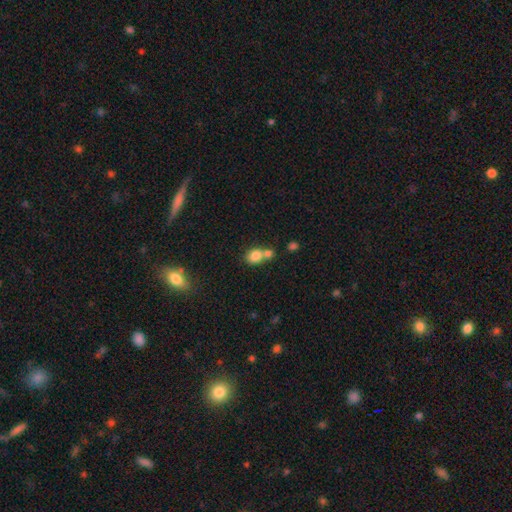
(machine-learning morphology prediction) This is clearly a smooth galaxy (81%). How rounded: possibly round (56%). Merging: possibly merger (52%).